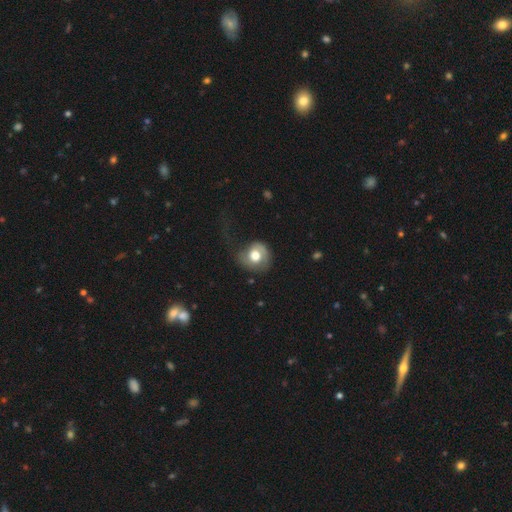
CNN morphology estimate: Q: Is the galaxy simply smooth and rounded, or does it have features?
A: smooth — 50%.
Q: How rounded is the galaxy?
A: round — 74%.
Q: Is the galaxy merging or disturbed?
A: none — 42%.